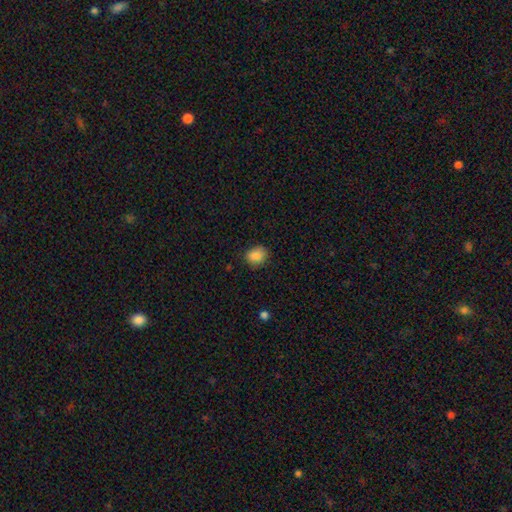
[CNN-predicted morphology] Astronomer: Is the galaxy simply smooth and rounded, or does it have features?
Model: smooth — 86%.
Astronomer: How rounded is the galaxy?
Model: round — 55% (runner-up: in between, 44%).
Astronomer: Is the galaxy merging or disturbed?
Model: none — 80%.